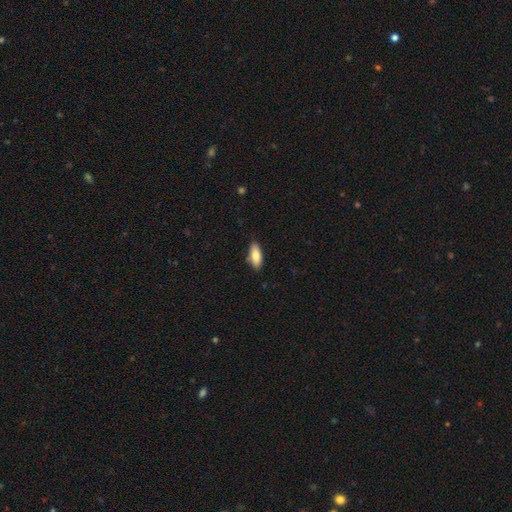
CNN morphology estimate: Q: Smooth or featured?
A: smooth (82%); runner-up: featured or disk (12%)
Q: How rounded?
A: in between (79%); runner-up: cigar-shaped (19%)
Q: Merging?
A: none (85%); runner-up: minor disturbance (12%)